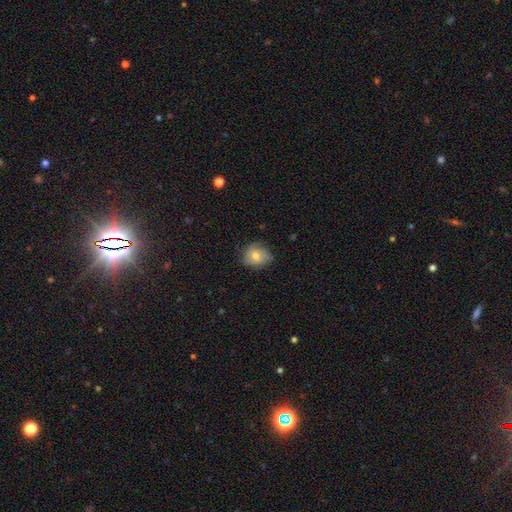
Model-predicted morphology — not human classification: smooth 62%, featured or disk 29%, star or artifact 9%. Down the decision tree: how rounded — round (61%); merging — none (65%).